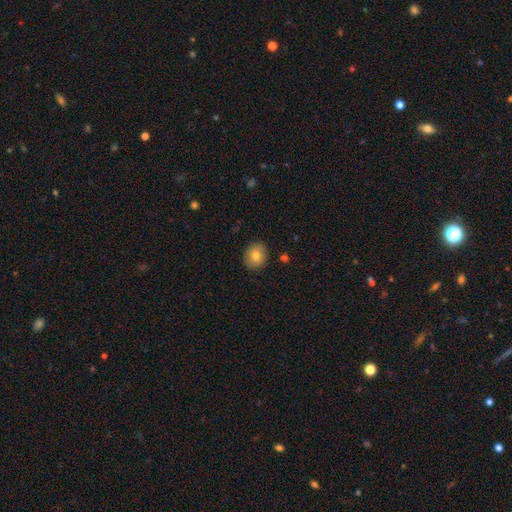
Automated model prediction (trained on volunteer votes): Smooth or featured? smooth (79%)
How rounded? round (65%)
Merging? none (89%)